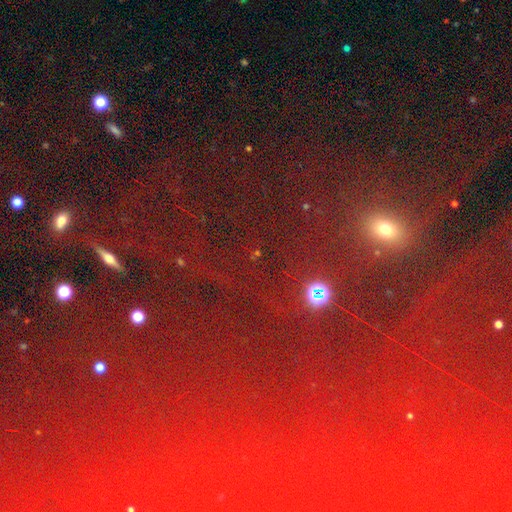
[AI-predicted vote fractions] Smooth or featured: star or artifact — 69% (smooth — 22%)